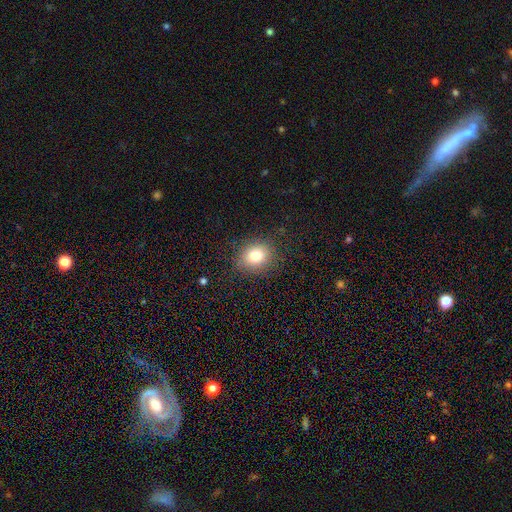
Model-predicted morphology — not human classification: Overall: smooth (79%). How rounded: round (63%; in between 36%). Merging: none (85%).